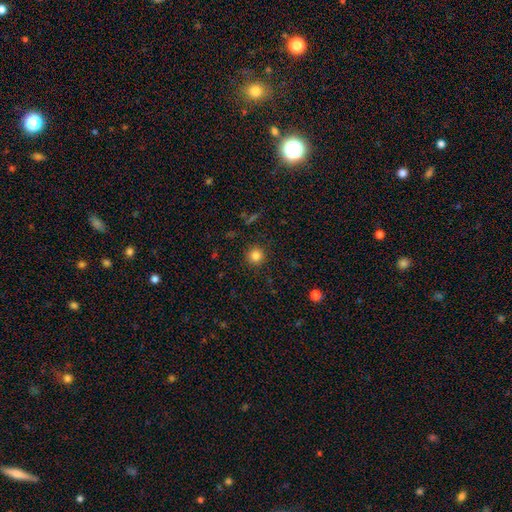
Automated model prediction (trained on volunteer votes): This is clearly a smooth galaxy (83%). How rounded: clearly round (95%). Merging: clearly none (91%).